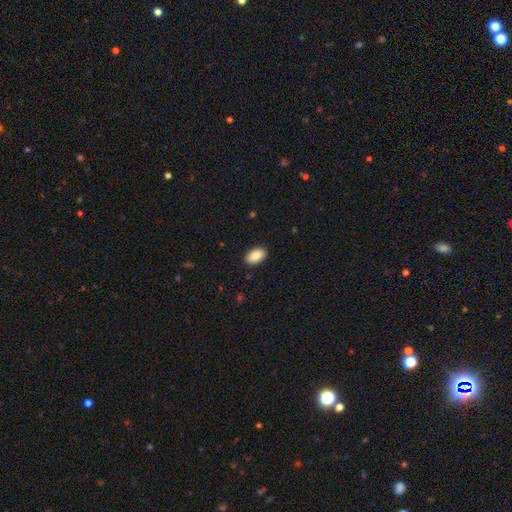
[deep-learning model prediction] Q: Smooth or featured?
A: smooth (89%); runner-up: star or artifact (7%)
Q: How rounded?
A: in between (94%); runner-up: round (5%)
Q: Merging?
A: none (90%); runner-up: minor disturbance (8%)